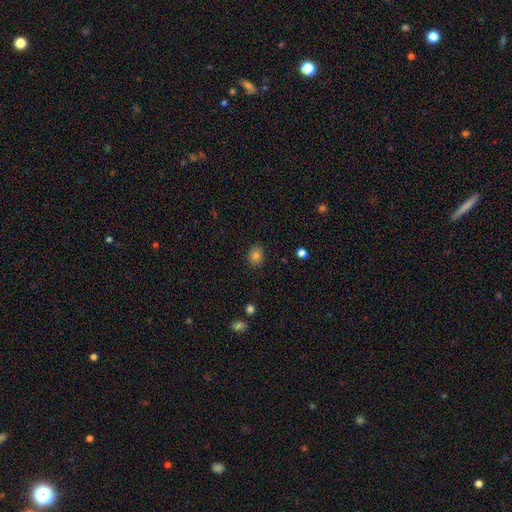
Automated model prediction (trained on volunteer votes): smooth 81%, star or artifact 12%, featured or disk 7%. Down the decision tree: how rounded — round (53%); merging — none (86%).